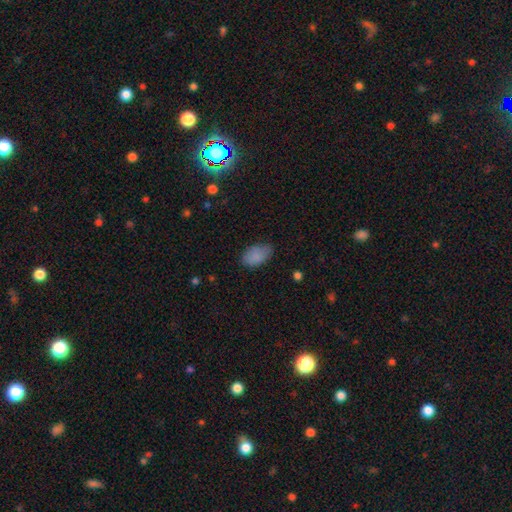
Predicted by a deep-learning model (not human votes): A smooth galaxy with no disk features (86%) that is in between round and cigar-shaped (92%). Merging: none (74%).